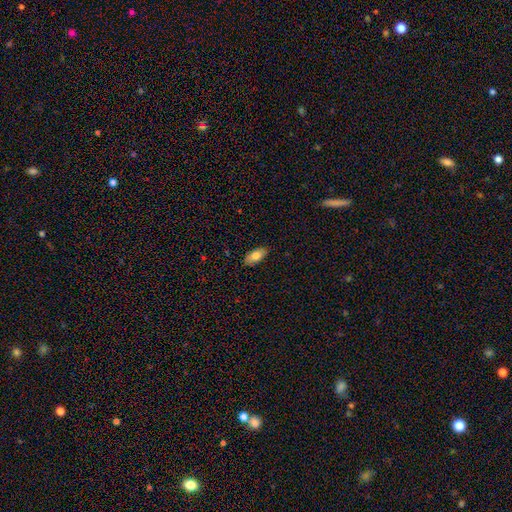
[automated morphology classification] type=smooth (76%); roundness=in between (90%); merging=none (86%).